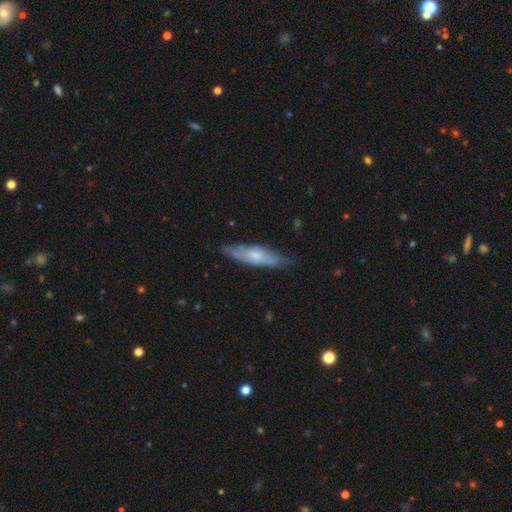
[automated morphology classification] Smooth or featured?
  - smooth: 54% *
  - featured or disk: 41%
  - star or artifact: 6%
How rounded?
  - cigar-shaped: 70% *
  - in between: 28%
  - round: 2%
Merging?
  - none: 77% *
  - minor disturbance: 19%
  - major disturbance: 3%
  - merger: 1%